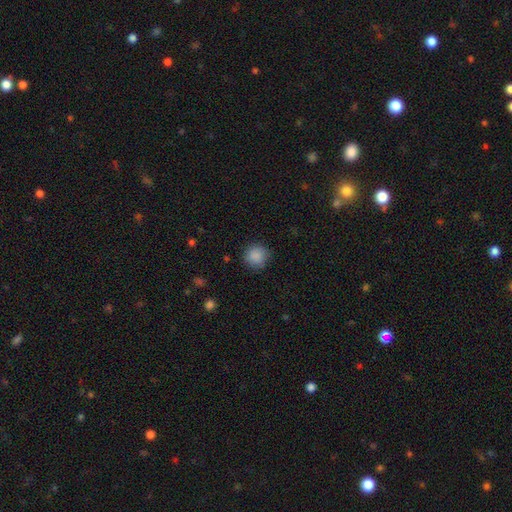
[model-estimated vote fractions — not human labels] Morphology: type=smooth (88%); roundness=round (92%); merging=none (86%).